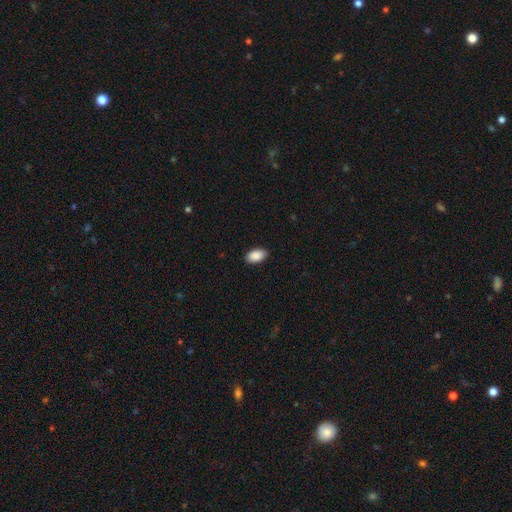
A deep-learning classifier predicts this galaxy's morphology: The model was most divided on "merging": none: 89%, minor disturbance: 8%, major disturbance: 2%, merger: 1%. More confident: how rounded — in between (95%); smooth or featured — smooth (90%).